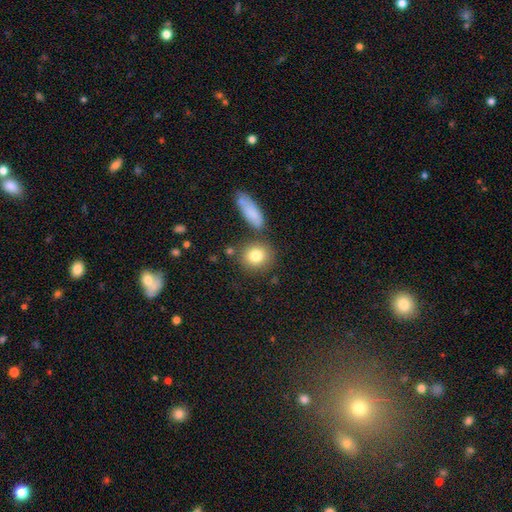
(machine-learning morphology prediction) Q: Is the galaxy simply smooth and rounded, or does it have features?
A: smooth — 81%.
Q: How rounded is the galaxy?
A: round — 80%.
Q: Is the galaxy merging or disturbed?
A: none — 75%.